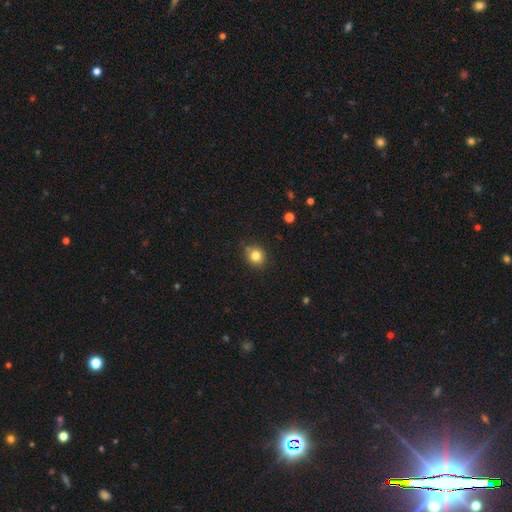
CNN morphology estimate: The model was most divided on "how rounded": round: 82%, in between: 17%, cigar-shaped: 1%. More confident: smooth or featured — smooth (81%); merging — none (80%).